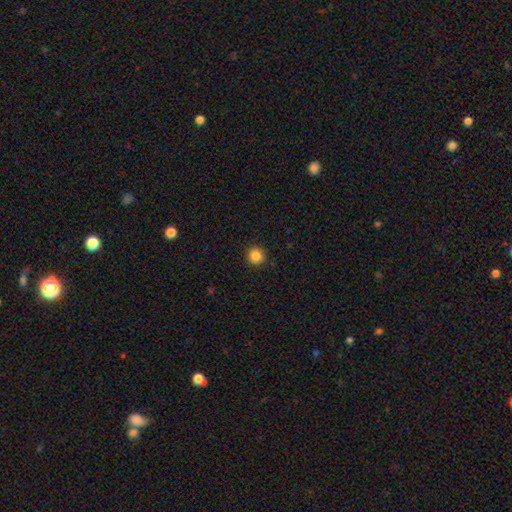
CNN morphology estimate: Smooth or featured?
  - smooth: 85% *
  - star or artifact: 11%
  - featured or disk: 4%
How rounded?
  - round: 95% *
  - in between: 4%
  - cigar-shaped: 1%
Merging?
  - none: 92% *
  - minor disturbance: 5%
  - major disturbance: 2%
  - merger: 1%